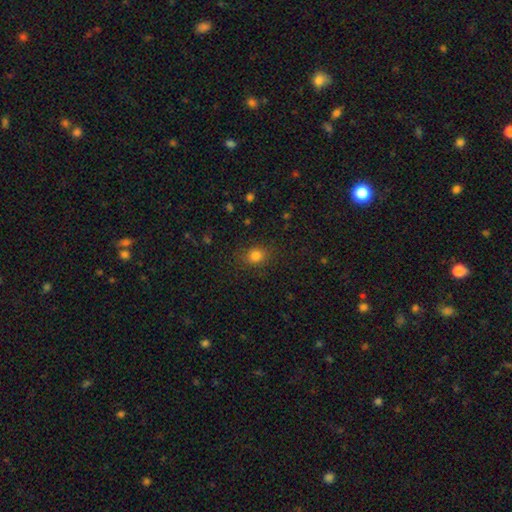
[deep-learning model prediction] Smooth or featured?
  - smooth: 81% *
  - star or artifact: 13%
  - featured or disk: 6%
How rounded?
  - round: 58% *
  - in between: 41%
  - cigar-shaped: 1%
Merging?
  - none: 83% *
  - minor disturbance: 11%
  - major disturbance: 4%
  - merger: 1%